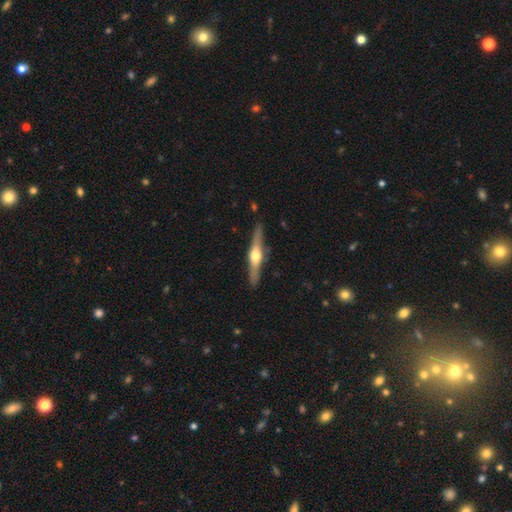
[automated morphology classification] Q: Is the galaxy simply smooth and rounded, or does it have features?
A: featured or disk — 72%.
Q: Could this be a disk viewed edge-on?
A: yes — 97%.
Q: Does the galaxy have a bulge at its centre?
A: rounded — 95%.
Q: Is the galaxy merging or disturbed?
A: none — 88%.